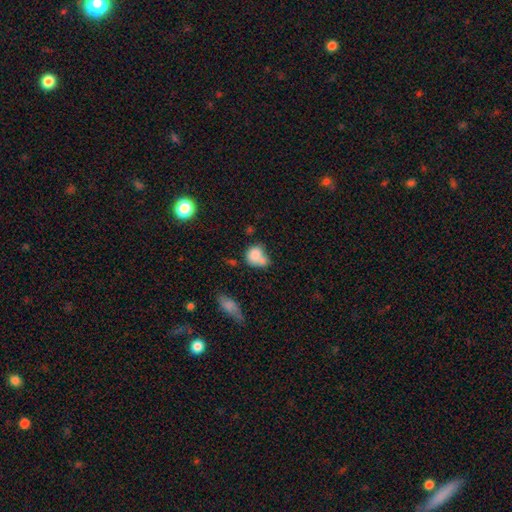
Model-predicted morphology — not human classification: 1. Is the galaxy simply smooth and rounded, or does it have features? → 77% smooth, 13% featured or disk, 9% star or artifact.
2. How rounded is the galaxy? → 52% round, 46% in between, 2% cigar-shaped.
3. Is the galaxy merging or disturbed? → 47% merger, 29% none, 15% minor disturbance, 9% major disturbance.